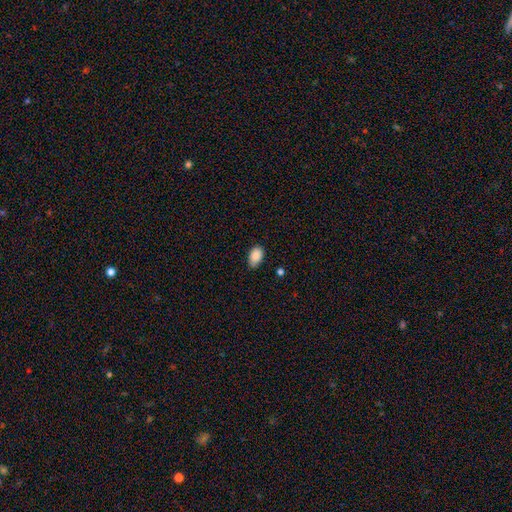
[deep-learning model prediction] Smooth or featured? Predicted: smooth (p=0.89). How rounded? Predicted: in between (p=0.90). Merging? Predicted: none (p=0.73).